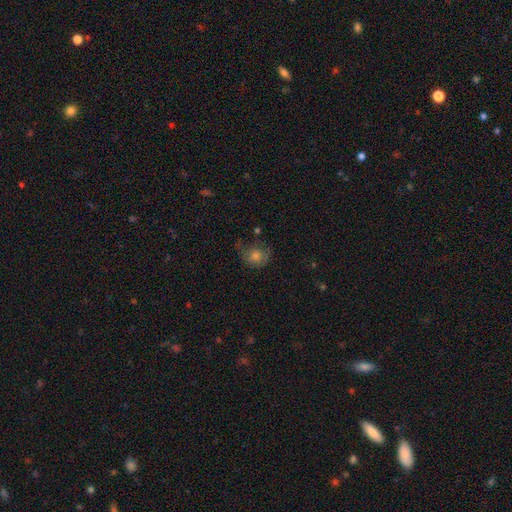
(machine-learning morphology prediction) smooth 58%, featured or disk 27%, star or artifact 15%. Down the decision tree: how rounded — round (76%); merging — none (53%).